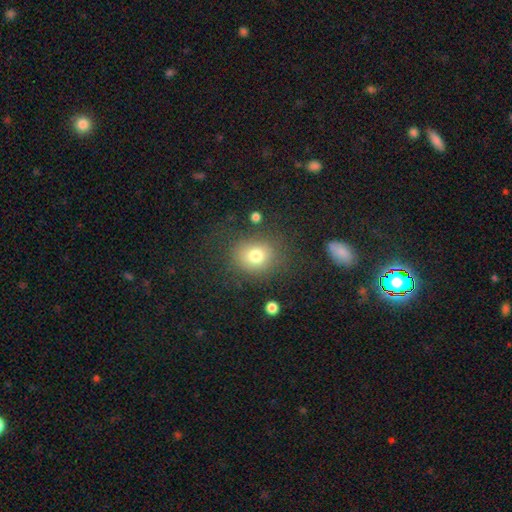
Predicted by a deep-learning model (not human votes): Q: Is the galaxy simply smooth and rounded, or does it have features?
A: smooth — 77%.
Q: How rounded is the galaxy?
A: round — 71%.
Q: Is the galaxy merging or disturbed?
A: none — 76%.